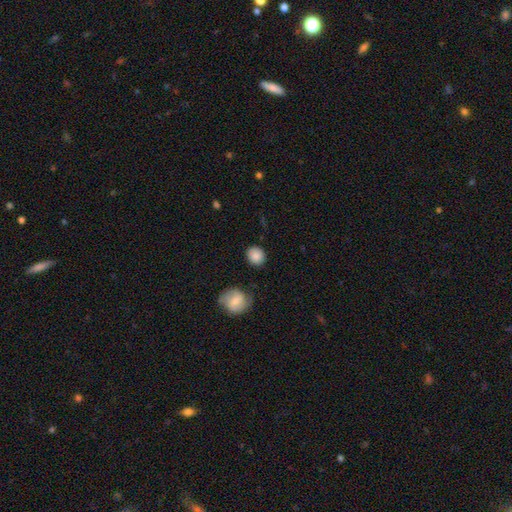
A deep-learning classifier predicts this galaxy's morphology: Smooth or featured? smooth (85%)
How rounded? round (80%)
Merging? none (83%)